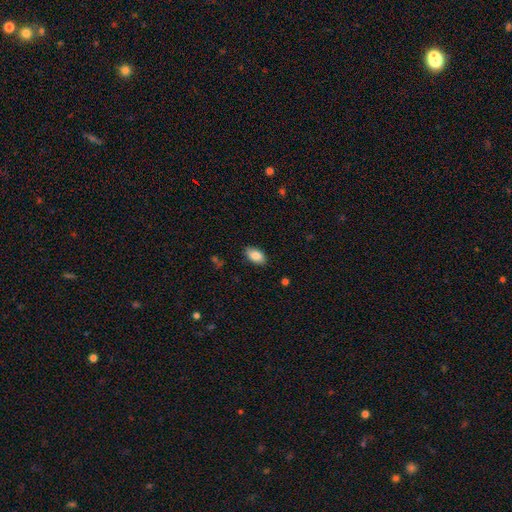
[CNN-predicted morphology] smooth_or_featured: smooth (p=0.87) [alt: star or artifact p=0.07]
how_rounded: in between (p=0.93) [alt: round p=0.05]
merging: none (p=0.87) [alt: minor disturbance p=0.10]